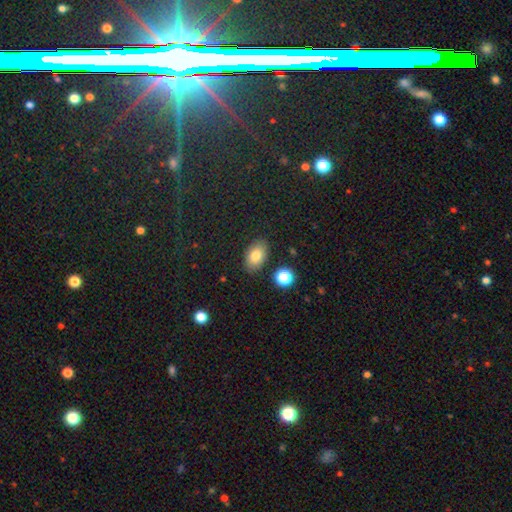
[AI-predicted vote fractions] The model was most divided on "smooth or featured": smooth: 80%, star or artifact: 10%, featured or disk: 10%. More confident: how rounded — in between (89%); merging — none (85%).